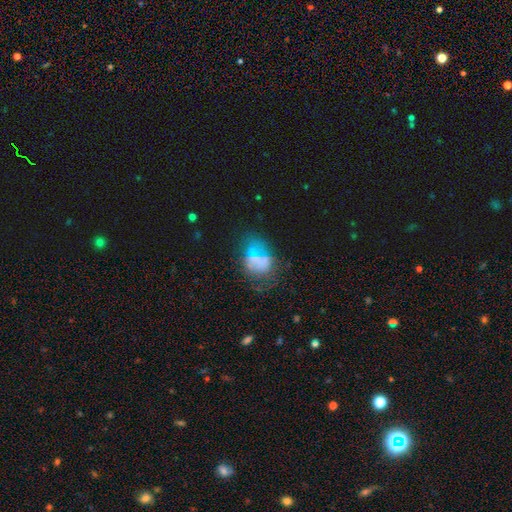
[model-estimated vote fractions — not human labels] The model was most divided on "smooth or featured": smooth: 43%, featured or disk: 40%, star or artifact: 17%. Remaining: merging — none (37%).